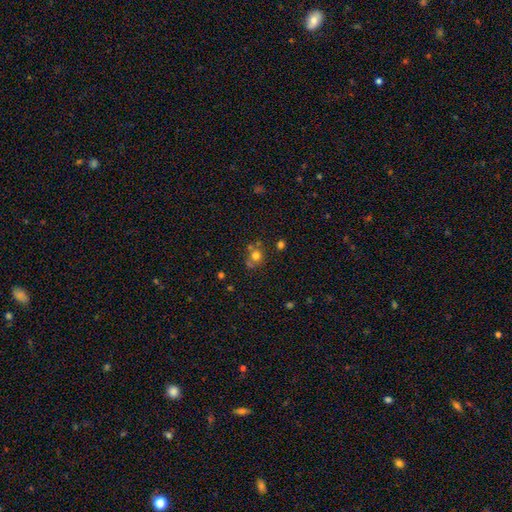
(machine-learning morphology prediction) Overall: smooth (70%). How rounded: round (86%). Merging: none (60%; merger 24%).